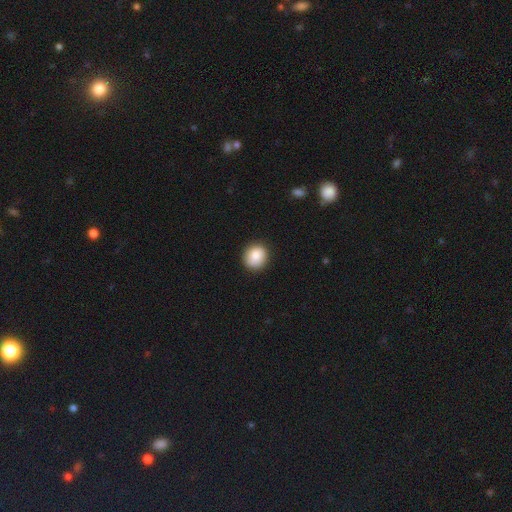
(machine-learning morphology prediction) smooth_or_featured: smooth (p=0.86) [alt: star or artifact p=0.08]
how_rounded: round (p=0.85) [alt: in between p=0.14]
merging: none (p=0.89) [alt: minor disturbance p=0.08]